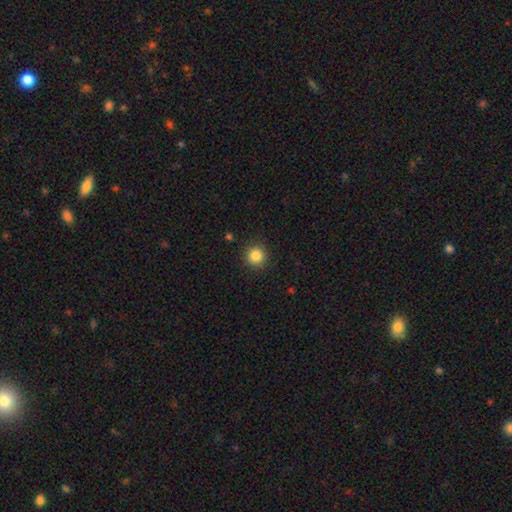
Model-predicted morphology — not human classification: A smooth galaxy with no disk features (85%) that is round (94%). Merging: none (90%).